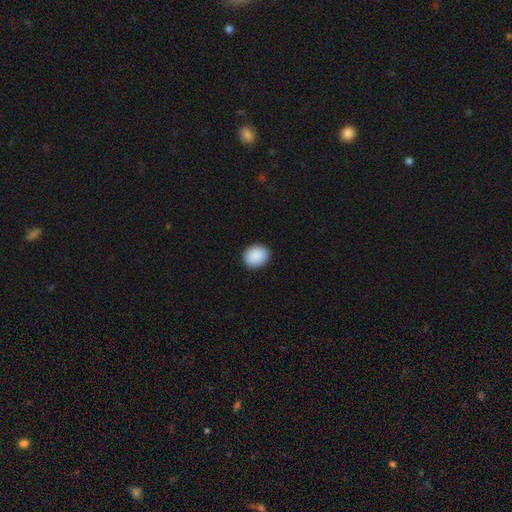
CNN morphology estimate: Overall: smooth (91%). How rounded: round (50%; in between 49%). Merging: none (90%).